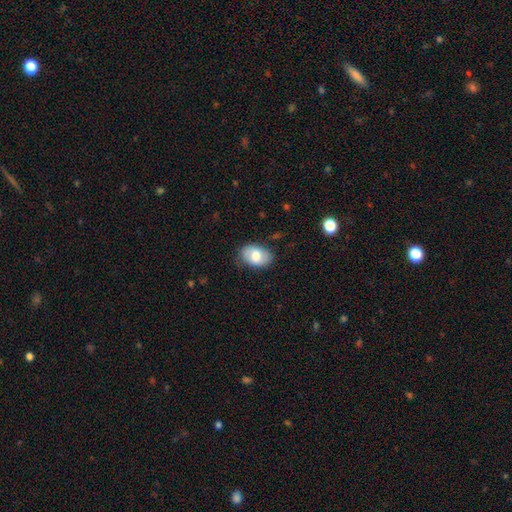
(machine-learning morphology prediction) Smooth or featured? smooth (72%)
How rounded? in between (86%)
Merging? none (79%)